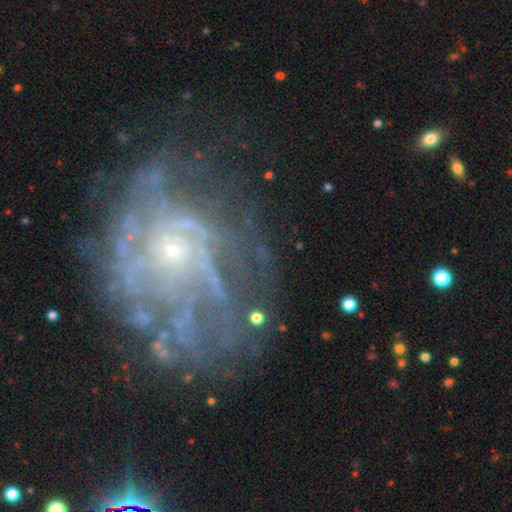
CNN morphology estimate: A featured or disk galaxy (81%) with no bar (81%), tight (52%) spiral arms (83%) and a small central bulge (82%). Merging: none (54%).